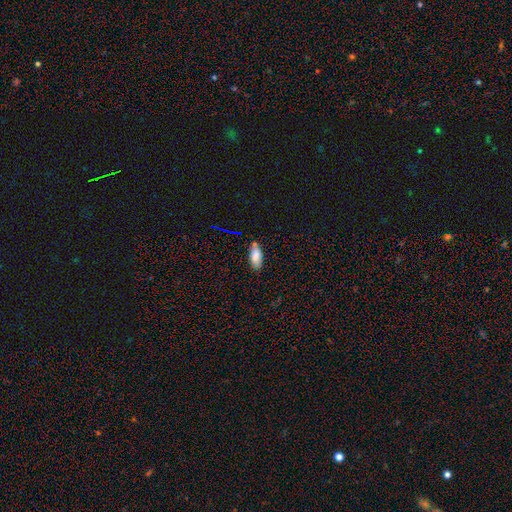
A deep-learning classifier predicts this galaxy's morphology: Smooth or featured? smooth (81%)
How rounded? in between (82%)
Merging? none (70%)